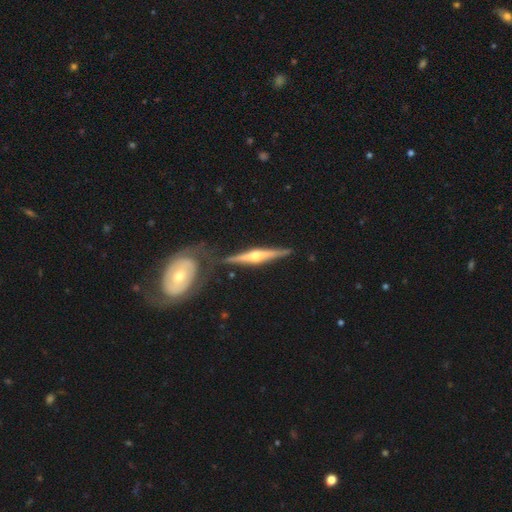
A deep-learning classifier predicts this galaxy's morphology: Smooth or featured: featured or disk — 82% (smooth — 13%)
Edge-on disk: yes — 97% (no — 3%)
Edge-on bulge: rounded — 92% (boxy — 4%)
Merging: none — 77% (minor disturbance — 12%)